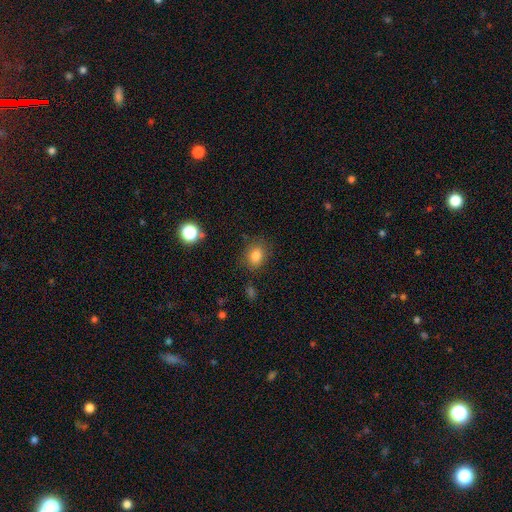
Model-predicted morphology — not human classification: smooth_or_featured: smooth (p=0.82) [alt: star or artifact p=0.12]
how_rounded: in between (p=0.53) [alt: round p=0.45]
merging: none (p=0.81) [alt: minor disturbance p=0.13]